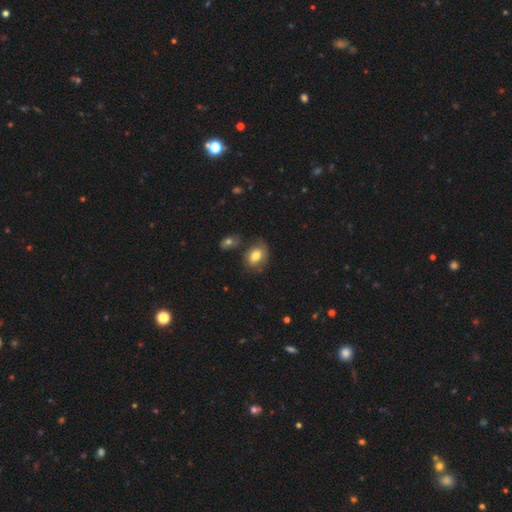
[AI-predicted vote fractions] smooth-or-featured: smooth: 75% | featured or disk: 16% | star or artifact: 9%
  how-rounded: in between: 70% | round: 29% | cigar-shaped: 1%
  merging: none: 65% | minor disturbance: 21% | merger: 8% | major disturbance: 6%